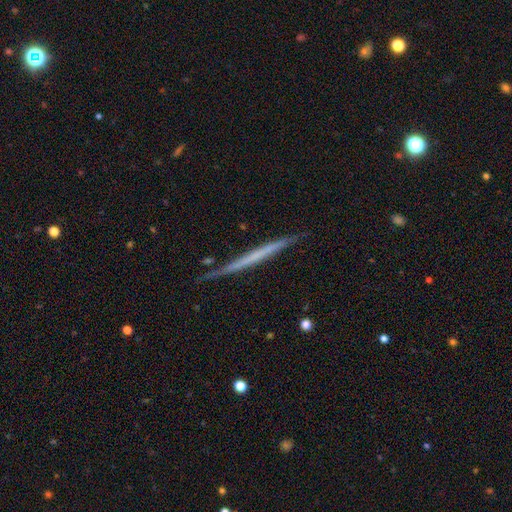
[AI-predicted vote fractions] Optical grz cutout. It shows a featured or disk galaxy (59%) viewed edge-on (97%) with no central bulge (92%). Merging: none (86%).